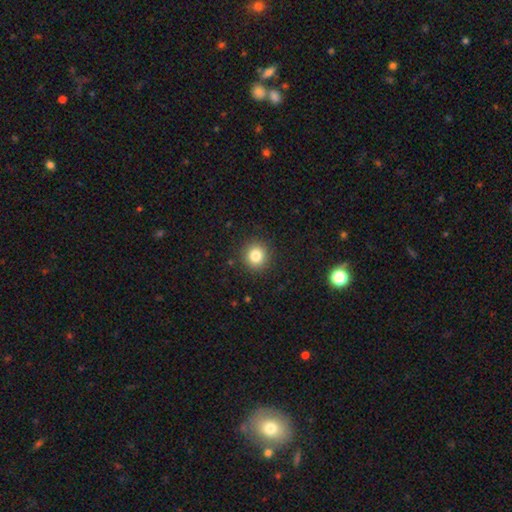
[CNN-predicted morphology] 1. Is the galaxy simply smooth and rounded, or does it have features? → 82% smooth, 12% star or artifact, 6% featured or disk.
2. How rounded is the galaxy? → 91% round, 8% in between, 1% cigar-shaped.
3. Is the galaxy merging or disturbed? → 91% none, 6% minor disturbance, 2% major disturbance, 1% merger.